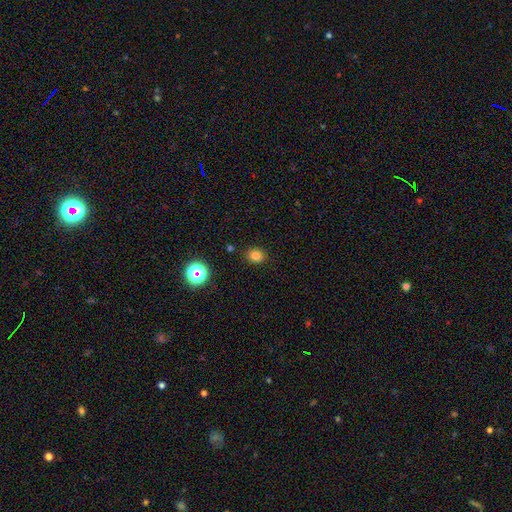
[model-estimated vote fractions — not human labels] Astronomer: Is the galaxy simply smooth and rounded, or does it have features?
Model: smooth — 79%.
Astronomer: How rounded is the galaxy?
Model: round — 65%.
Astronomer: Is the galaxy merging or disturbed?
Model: none — 88%.